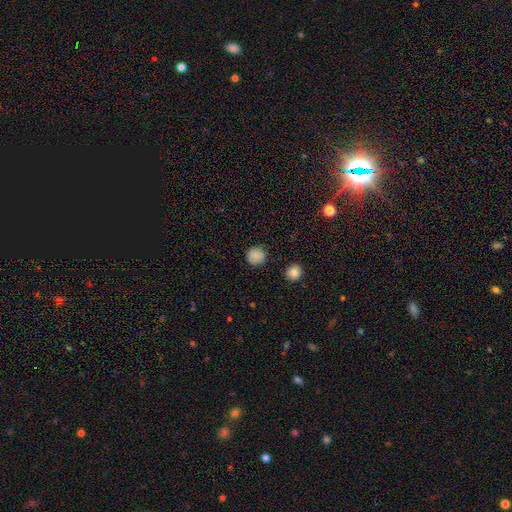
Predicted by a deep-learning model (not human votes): This appears to be a smooth galaxy with no disk features (85%) that is round (94%). Merging: none (89%).